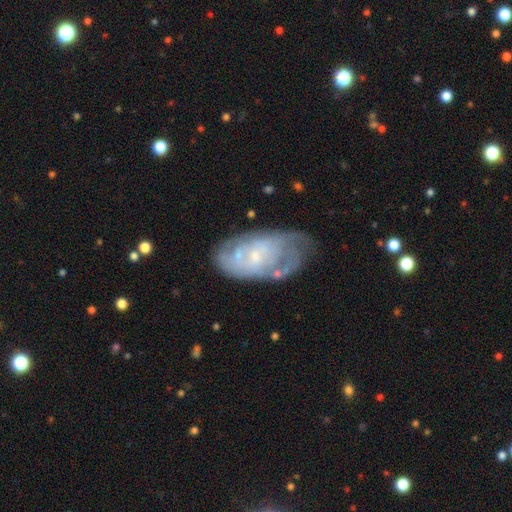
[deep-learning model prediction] Smooth or featured?
  - featured or disk: 70% *
  - smooth: 23%
  - star or artifact: 7%
Edge-on disk?
  - no: 95% *
  - yes: 5%
Bar?
  - no: 72% *
  - weak: 24%
  - strong: 4%
Spiral arms?
  - yes: 74% *
  - no: 26%
Bulge size?
  - small: 74% *
  - moderate: 18%
  - none: 5%
  - large: 1%
  - dominant: 1%
Merging?
  - none: 51% *
  - minor disturbance: 29%
  - major disturbance: 15%
  - merger: 5%